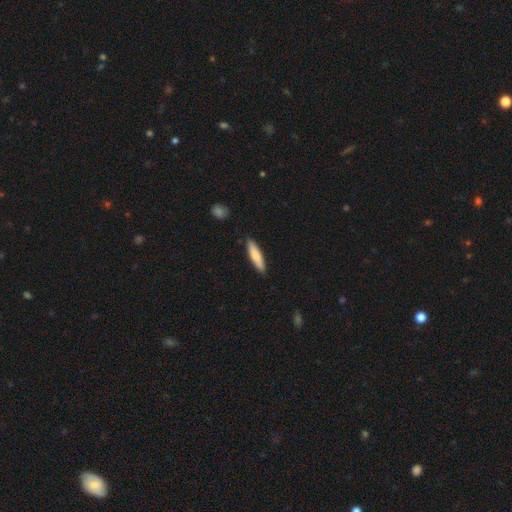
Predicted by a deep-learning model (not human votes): Smooth or featured? smooth (76%)
How rounded? cigar-shaped (78%)
Merging? none (88%)